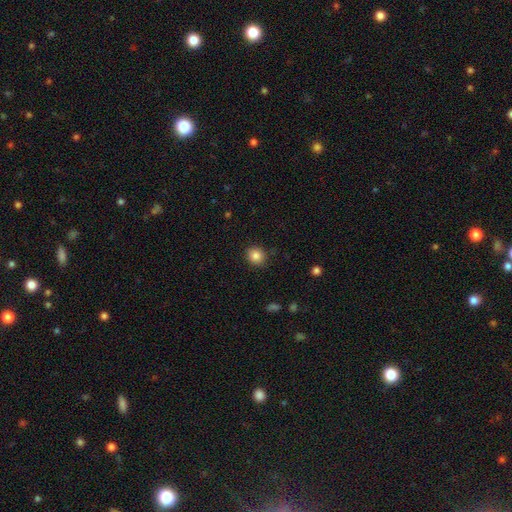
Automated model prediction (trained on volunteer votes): This appears to be a smooth galaxy with no disk features (84%) that is round (84%). Merging: none (89%).